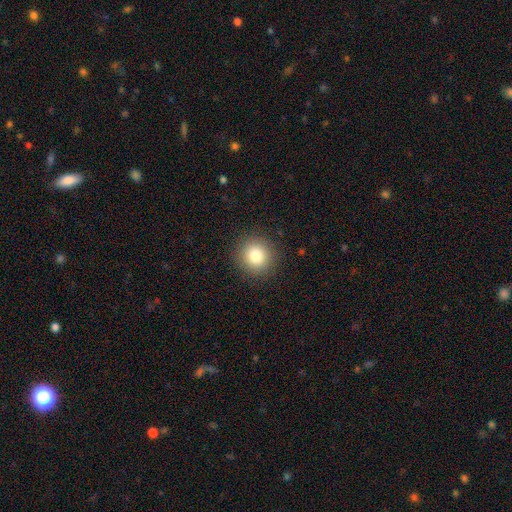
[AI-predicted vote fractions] A smooth galaxy with no disk features (82%) that is round (93%).

Vote fractions:
- Smooth or featured? smooth: 82% / star or artifact: 11% / featured or disk: 7%
- How rounded? round: 93% / in between: 7% / cigar-shaped: 1%
- Merging? none: 91% / minor disturbance: 6% / major disturbance: 2% / merger: 1%